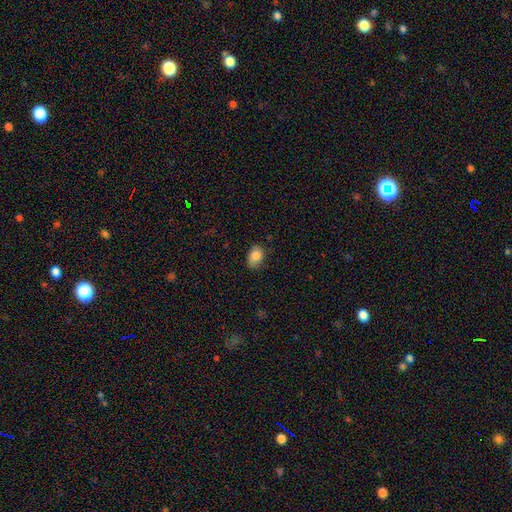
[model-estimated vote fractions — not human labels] Smooth or featured: smooth — 84% (star or artifact — 8%)
How rounded: in between — 79% (round — 20%)
Merging: none — 75% (minor disturbance — 20%)